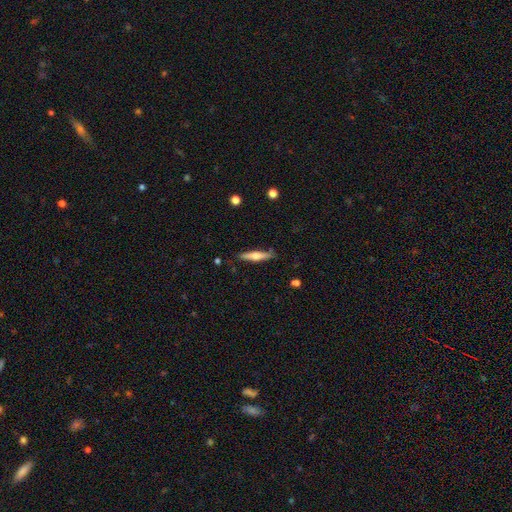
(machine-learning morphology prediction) featured or disk 50%, smooth 44%, star or artifact 6%. Down the decision tree: merging — none (86%).